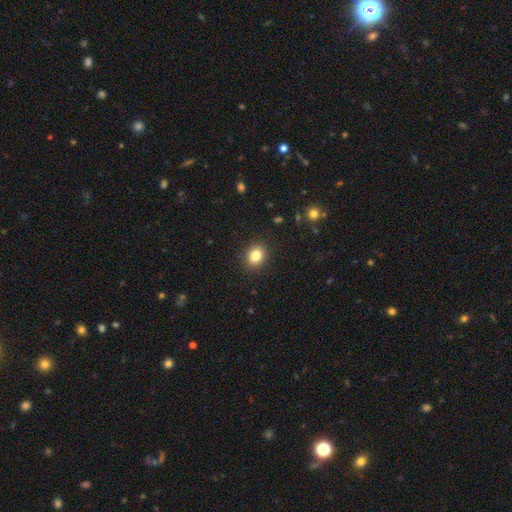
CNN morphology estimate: Smooth or featured?
  - smooth: 83% *
  - star or artifact: 10%
  - featured or disk: 7%
How rounded?
  - round: 54% *
  - in between: 45%
  - cigar-shaped: 1%
Merging?
  - none: 89% *
  - minor disturbance: 7%
  - major disturbance: 2%
  - merger: 1%